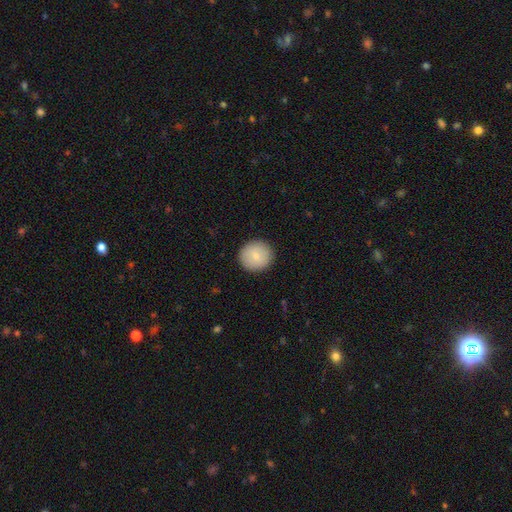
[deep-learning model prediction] smooth_or_featured: smooth (p=0.82) [alt: featured or disk p=0.11]
how_rounded: round (p=0.93) [alt: in between p=0.06]
merging: none (p=0.91) [alt: minor disturbance p=0.06]